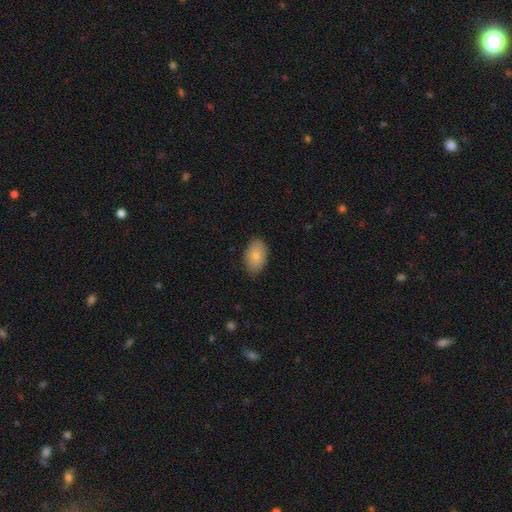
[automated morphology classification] Q: Smooth or featured?
A: smooth (80%); runner-up: featured or disk (13%)
Q: How rounded?
A: in between (90%); runner-up: round (9%)
Q: Merging?
A: none (84%); runner-up: minor disturbance (13%)